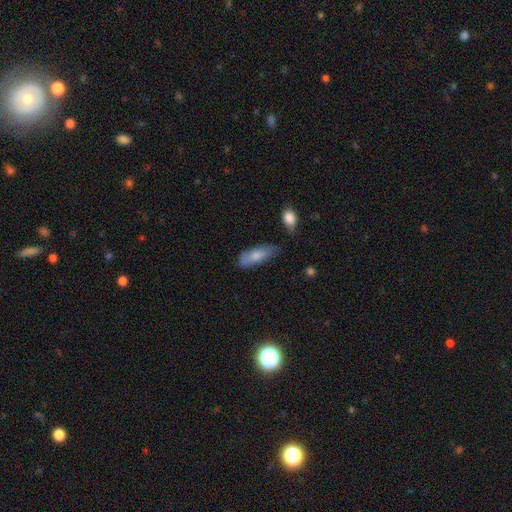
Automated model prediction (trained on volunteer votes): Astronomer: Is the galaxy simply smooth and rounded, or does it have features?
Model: smooth — 75%.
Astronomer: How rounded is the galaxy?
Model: in between — 65%.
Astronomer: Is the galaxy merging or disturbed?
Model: none — 58%.